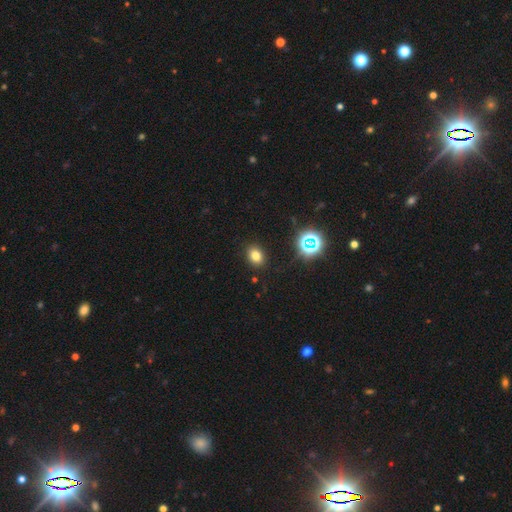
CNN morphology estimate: The model was most divided on "how rounded": in between: 59%, round: 40%, cigar-shaped: 1%. More confident: merging — none (89%); smooth or featured — smooth (77%).